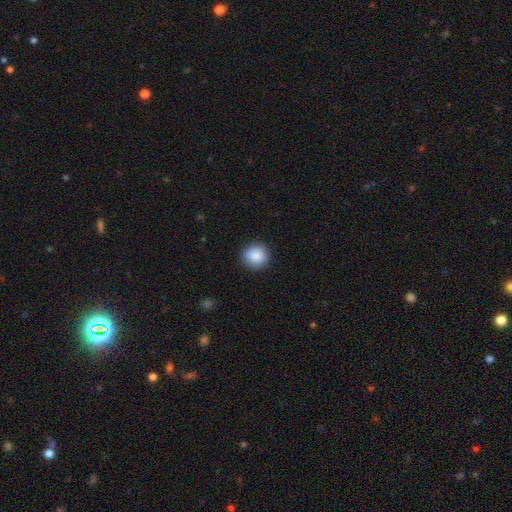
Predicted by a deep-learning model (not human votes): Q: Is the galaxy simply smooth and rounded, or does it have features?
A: smooth — 88%.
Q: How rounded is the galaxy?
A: round — 91%.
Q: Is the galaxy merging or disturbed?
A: none — 90%.